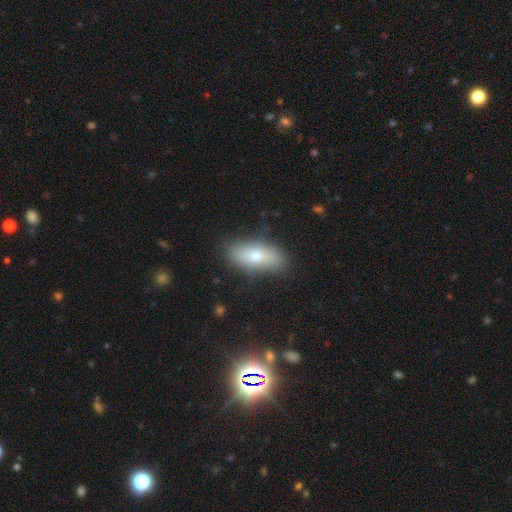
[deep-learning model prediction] Overall: smooth (70%). How rounded: in between (81%). Merging: none (82%).